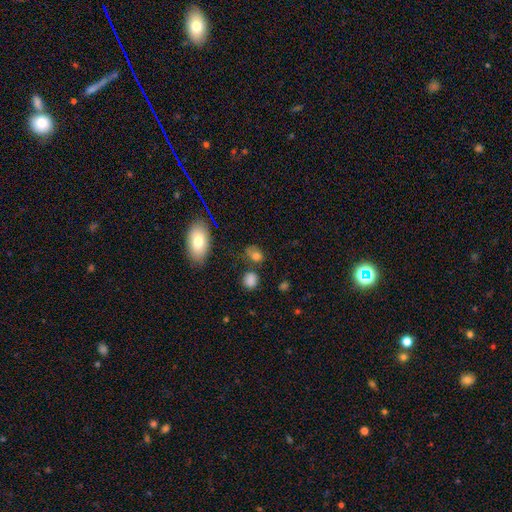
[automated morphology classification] A smooth galaxy with no disk features (77%) that is in between round and cigar-shaped (55%).

Vote fractions:
- Smooth or featured? smooth: 77% / star or artifact: 14% / featured or disk: 9%
- How rounded? in between: 55% / round: 42% / cigar-shaped: 2%
- Merging? none: 60% / minor disturbance: 20% / merger: 11% / major disturbance: 9%